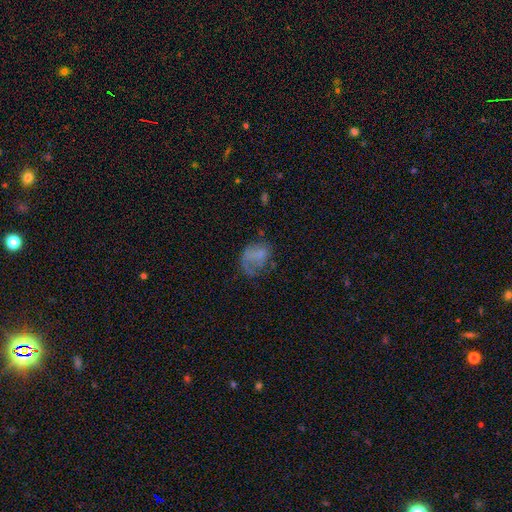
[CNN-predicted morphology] The model was most divided on "merging": major disturbance: 35%, none: 34%, minor disturbance: 26%, merger: 5%. More confident: how rounded — in between (65%); smooth or featured — smooth (55%).